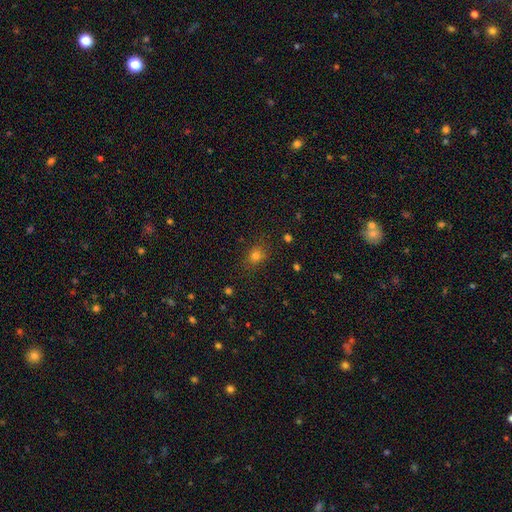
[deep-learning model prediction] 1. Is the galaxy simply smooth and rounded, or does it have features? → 72% smooth, 19% star or artifact, 8% featured or disk.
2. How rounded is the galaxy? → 56% round, 42% in between, 2% cigar-shaped.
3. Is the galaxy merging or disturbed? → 80% none, 14% minor disturbance, 4% major disturbance, 2% merger.